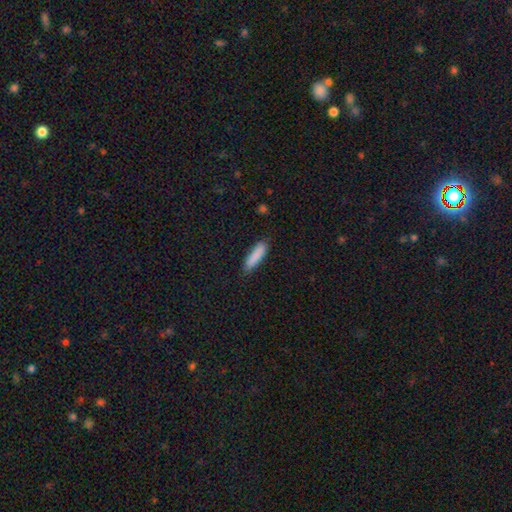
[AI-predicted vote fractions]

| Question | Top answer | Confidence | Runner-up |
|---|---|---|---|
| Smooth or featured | smooth | 87% | star or artifact (6%) |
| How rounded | cigar-shaped | 71% | in between (27%) |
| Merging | none | 84% | minor disturbance (13%) |